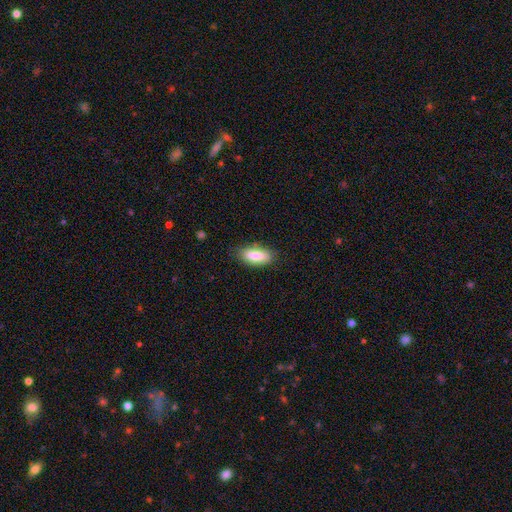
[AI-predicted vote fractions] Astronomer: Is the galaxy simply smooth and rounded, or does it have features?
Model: smooth — 83%.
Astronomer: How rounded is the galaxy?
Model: in between — 78%.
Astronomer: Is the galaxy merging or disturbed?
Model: none — 79%.